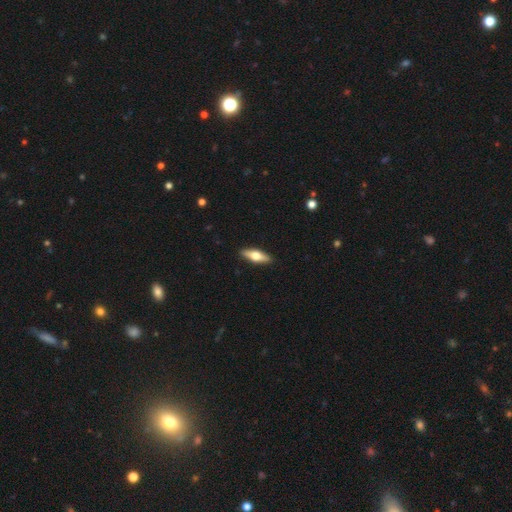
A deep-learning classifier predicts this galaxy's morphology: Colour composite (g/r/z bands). It shows a featured or disk galaxy (48%). Merging: none (90%).